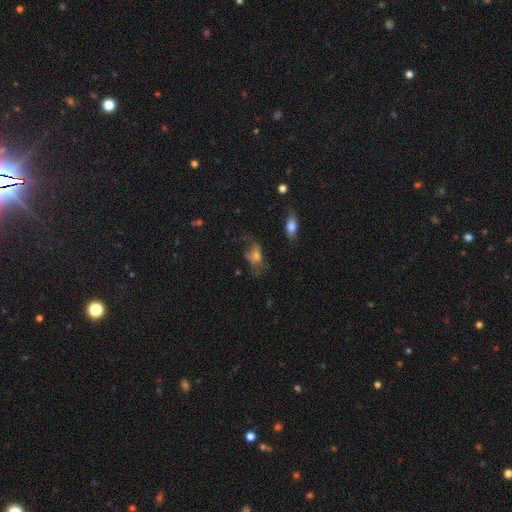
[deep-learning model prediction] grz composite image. It shows a smooth galaxy with no disk features (44%). Merging: major disturbance (37%, tied with none).